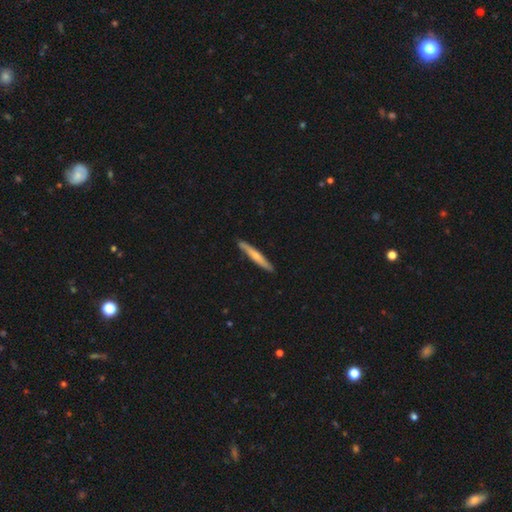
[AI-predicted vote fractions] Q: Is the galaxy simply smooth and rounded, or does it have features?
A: smooth — 54%.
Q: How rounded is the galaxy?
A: cigar-shaped — 95%.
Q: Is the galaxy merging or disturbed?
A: none — 87%.